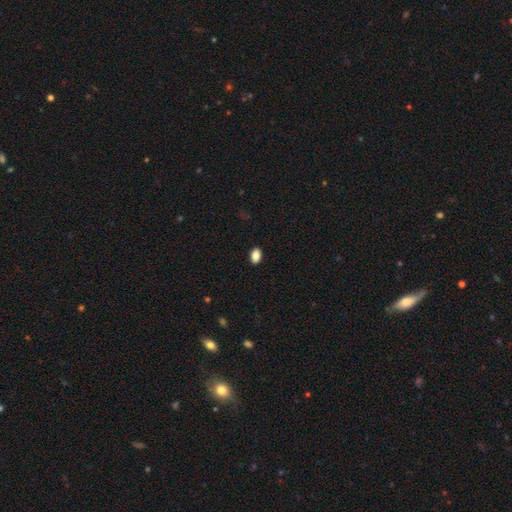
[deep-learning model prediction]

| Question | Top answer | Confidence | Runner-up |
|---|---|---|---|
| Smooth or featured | smooth | 87% | star or artifact (9%) |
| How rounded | in between | 88% | round (11%) |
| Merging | none | 90% | minor disturbance (8%) |